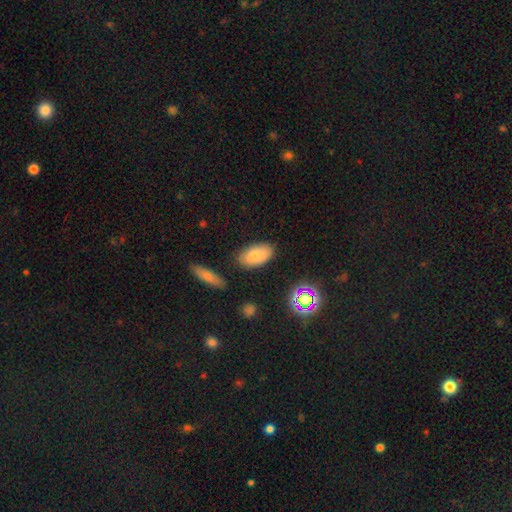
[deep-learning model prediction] The model was most divided on "merging": none: 81%, minor disturbance: 13%, major disturbance: 3%, merger: 3%. More confident: how rounded — in between (94%); smooth or featured — smooth (80%).